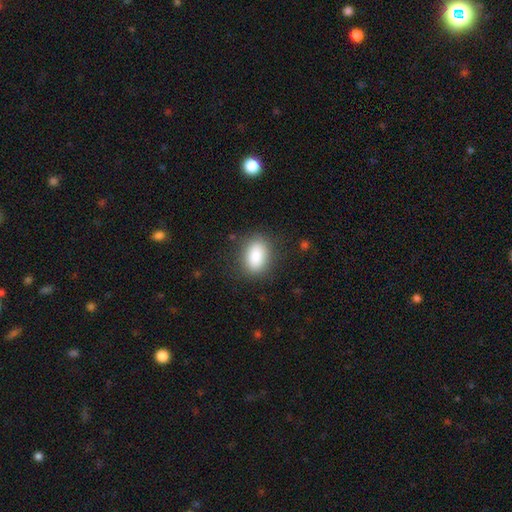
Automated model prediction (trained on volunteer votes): Smooth or featured?
  - smooth: 86% *
  - star or artifact: 8%
  - featured or disk: 7%
How rounded?
  - in between: 82% *
  - round: 16%
  - cigar-shaped: 2%
Merging?
  - none: 83% *
  - minor disturbance: 11%
  - major disturbance: 4%
  - merger: 1%